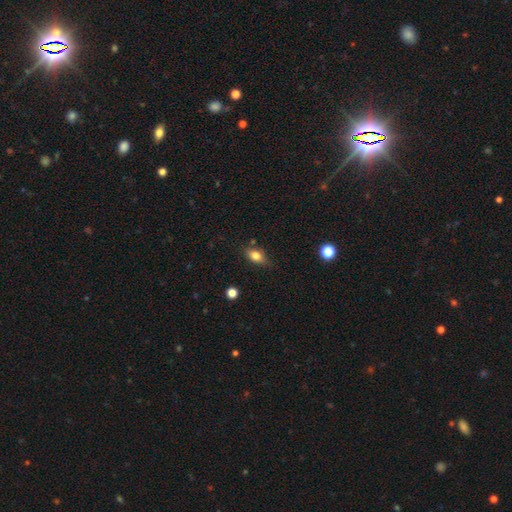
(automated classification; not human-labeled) This appears to be a smooth galaxy with no disk features (78%) that is in between round and cigar-shaped (81%). Merging: none (72%).